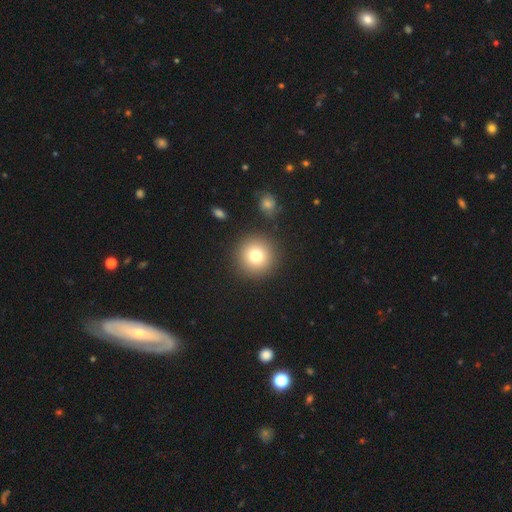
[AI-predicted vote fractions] smooth-or-featured: smooth: 77% | star or artifact: 12% | featured or disk: 11%
  how-rounded: round: 96% | in between: 4% | cigar-shaped: 1%
  merging: none: 89% | minor disturbance: 5% | merger: 3% | major disturbance: 2%